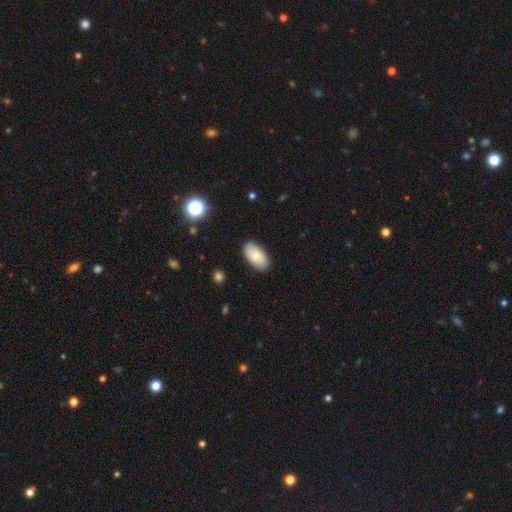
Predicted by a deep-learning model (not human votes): smooth_or_featured: smooth (p=0.72) [alt: featured or disk p=0.21]
how_rounded: in between (p=0.95) [alt: round p=0.03]
merging: none (p=0.86) [alt: minor disturbance p=0.11]